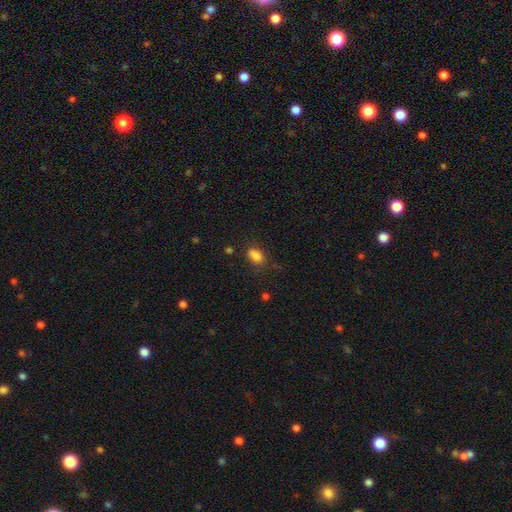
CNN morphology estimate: A smooth galaxy with no disk features (83%) that is in between round and cigar-shaped (81%).

Vote fractions:
- Smooth or featured? smooth: 83% / star or artifact: 11% / featured or disk: 6%
- How rounded? in between: 81% / round: 16% / cigar-shaped: 2%
- Merging? none: 65% / minor disturbance: 23% / major disturbance: 8% / merger: 4%